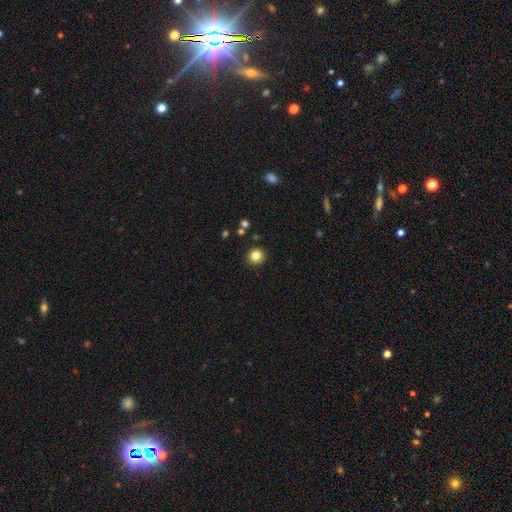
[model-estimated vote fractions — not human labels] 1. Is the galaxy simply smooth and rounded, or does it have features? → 83% smooth, 11% star or artifact, 6% featured or disk.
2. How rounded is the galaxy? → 92% round, 7% in between, 1% cigar-shaped.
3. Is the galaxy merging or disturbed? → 90% none, 6% minor disturbance, 2% major disturbance, 2% merger.